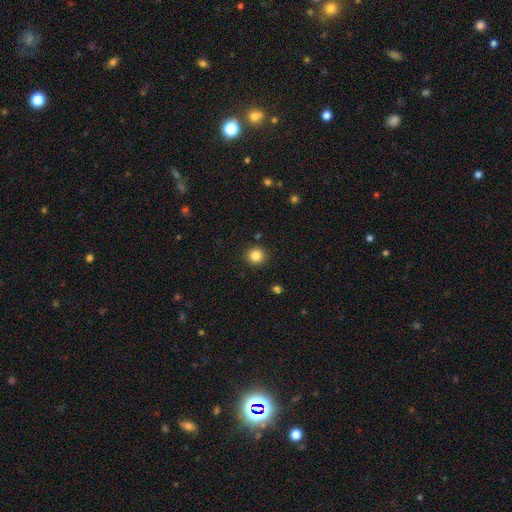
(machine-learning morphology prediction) A smooth galaxy with no disk features (84%) that is round (92%). Merging: none (91%).